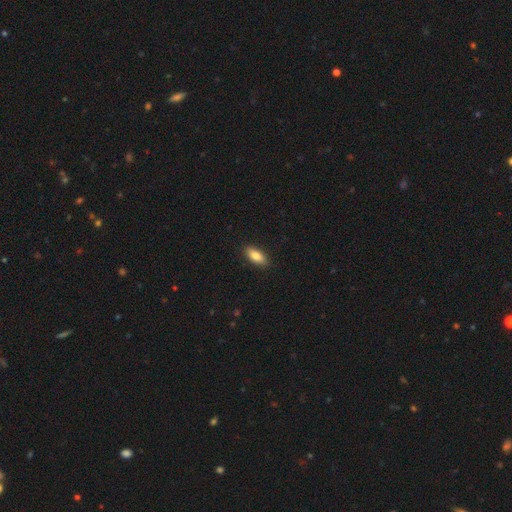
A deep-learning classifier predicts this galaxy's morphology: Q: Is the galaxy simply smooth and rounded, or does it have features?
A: smooth — 83%.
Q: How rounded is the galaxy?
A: in between — 80%.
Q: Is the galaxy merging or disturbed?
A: none — 89%.